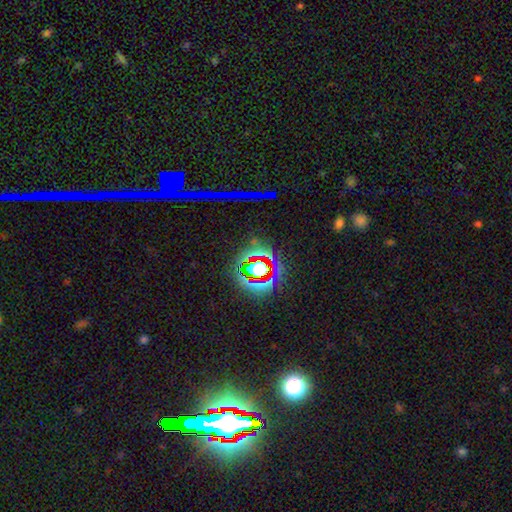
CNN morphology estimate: This appears to be a star or artifact, not a galaxy (79%).